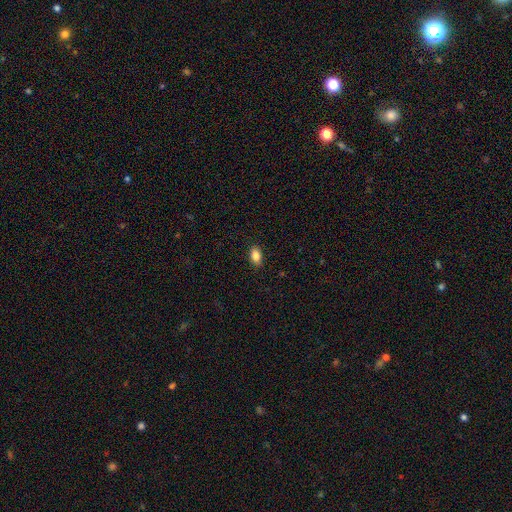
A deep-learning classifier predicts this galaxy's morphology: Smooth or featured? smooth (85%)
How rounded? in between (88%)
Merging? none (88%)